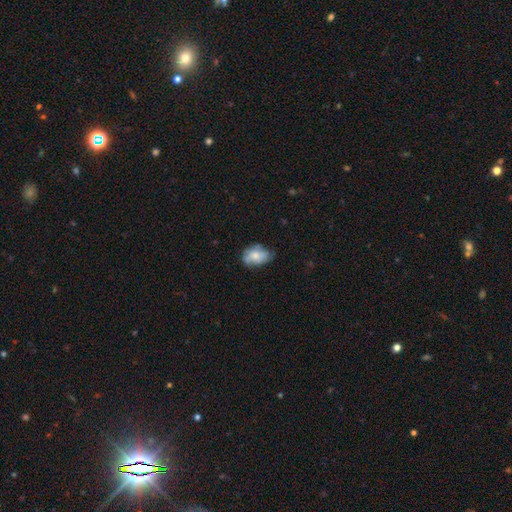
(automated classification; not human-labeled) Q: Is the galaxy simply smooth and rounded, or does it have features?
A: smooth — 65%.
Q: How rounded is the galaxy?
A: in between — 84%.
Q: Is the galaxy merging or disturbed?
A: none — 53%.